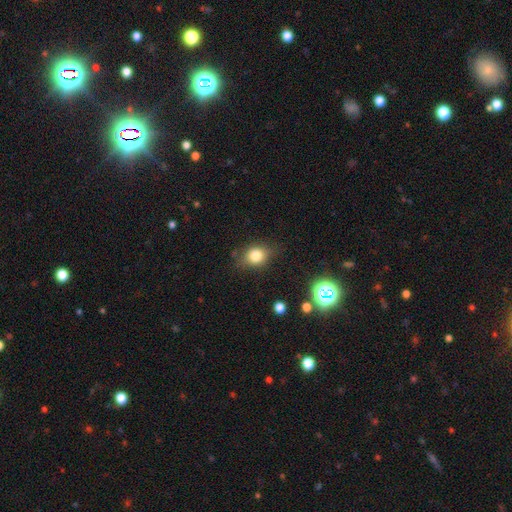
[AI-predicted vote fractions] A smooth galaxy with no disk features (78%) that is in between round and cigar-shaped (50%). Merging: none (74%).